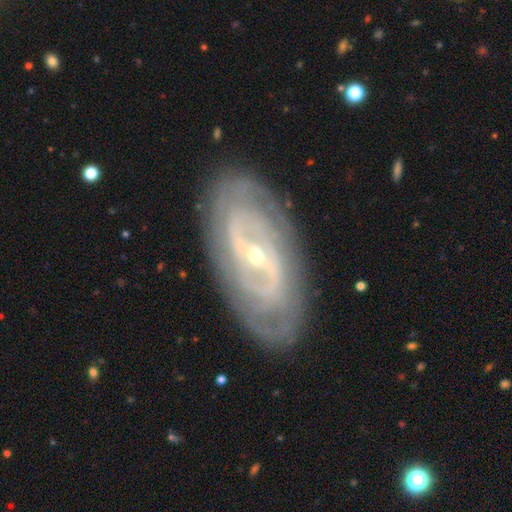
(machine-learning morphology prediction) The model was most divided on "bar": weak: 39%, strong: 33%, no: 28%. Remaining: edge-on disk — no (93%); spiral arms — yes (91%); smooth or featured — featured or disk (86%); merging — none (83%); bulge size — small (68%); spiral winding — tight (61%); spiral arm count — 2 (48%).